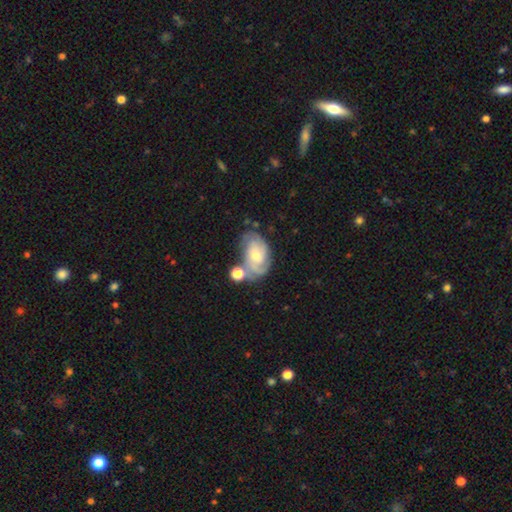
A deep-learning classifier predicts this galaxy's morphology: type=featured or disk (68%); edge-on=no (96%); bar=no (55%); spiral arms=yes (90%); winding=tight (48%); arm count=2 (41%); bulge=small (49%); merging=none (50%).